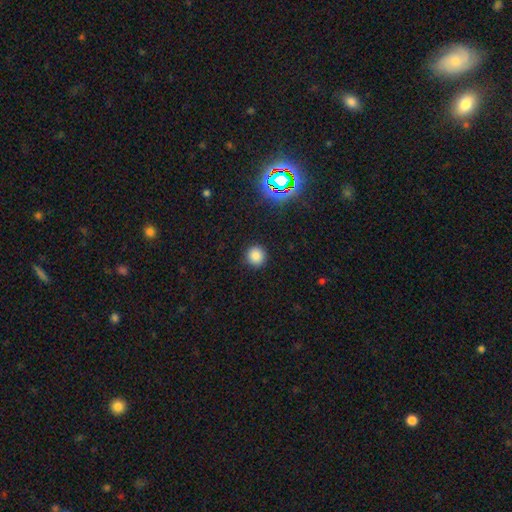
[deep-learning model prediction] A smooth galaxy with no disk features (81%) that is round (94%). Merging: none (90%).